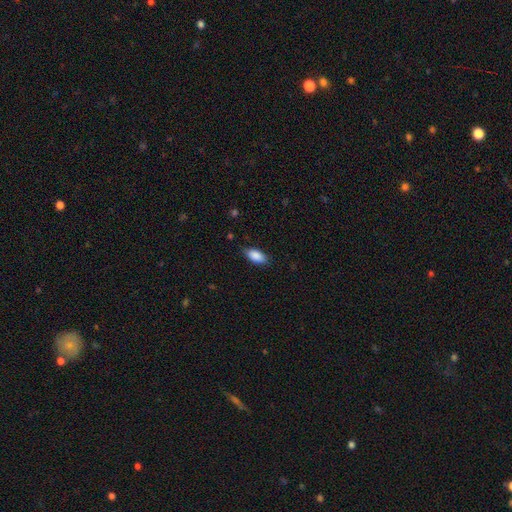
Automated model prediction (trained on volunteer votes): This is clearly a smooth galaxy (88%). How rounded: clearly in between (90%). Merging: clearly none (82%).